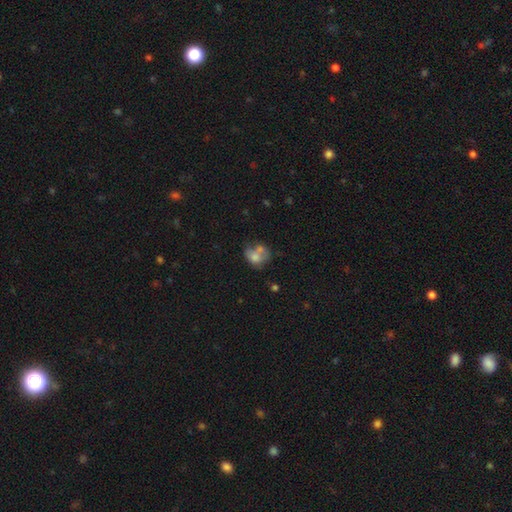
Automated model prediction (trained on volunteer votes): Q: Smooth or featured?
A: smooth (64%); runner-up: featured or disk (27%)
Q: How rounded?
A: in between (51%); runner-up: round (48%)
Q: Merging?
A: merger (46%); runner-up: none (24%)